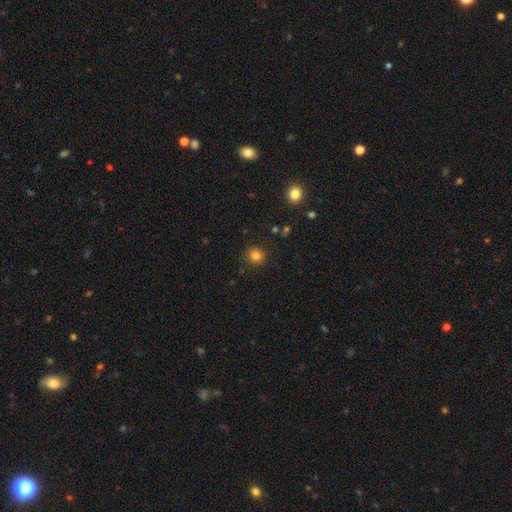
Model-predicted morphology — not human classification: smooth 82%, star or artifact 13%, featured or disk 5%. Down the decision tree: how rounded — round (91%); merging — none (88%).